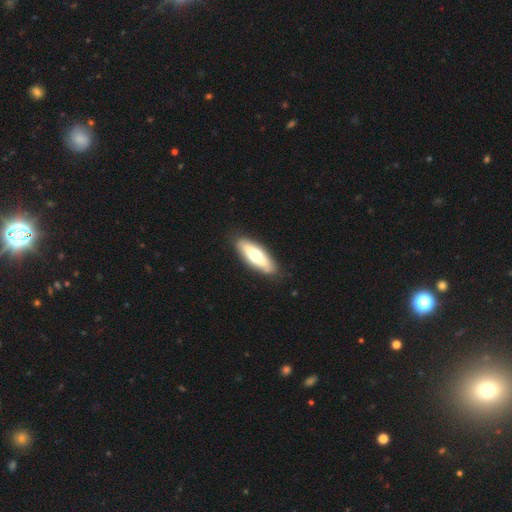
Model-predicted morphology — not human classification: This appears to be a smooth galaxy with no disk features (60%) that is in between round and cigar-shaped (59%). Merging: none (86%).